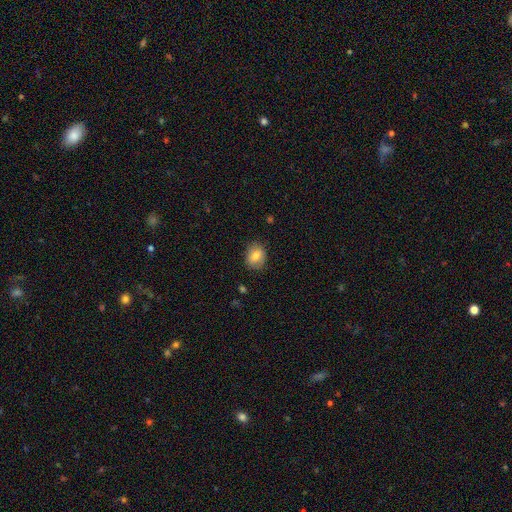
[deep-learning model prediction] The model was most divided on "how rounded": round: 50%, in between: 49%, cigar-shaped: 1%. More confident: merging — none (82%); smooth or featured — smooth (80%).